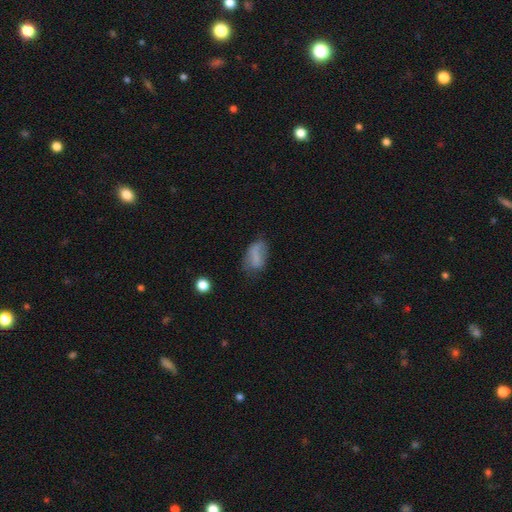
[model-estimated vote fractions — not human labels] Smooth or featured? smooth (65%)
How rounded? in between (88%)
Merging? none (46%)